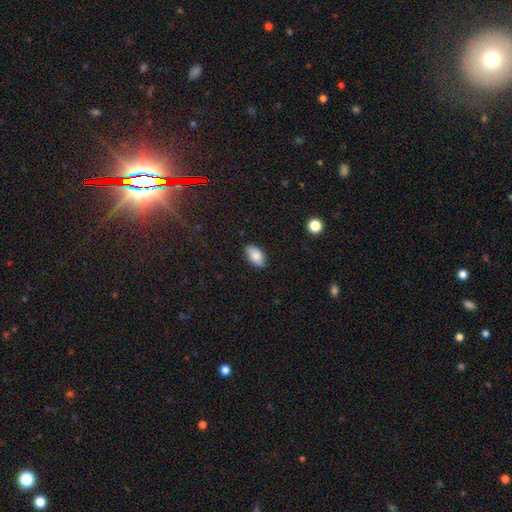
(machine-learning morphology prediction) Smooth or featured: smooth — 85% (featured or disk — 8%)
How rounded: in between — 94% (round — 3%)
Merging: none — 87% (minor disturbance — 10%)